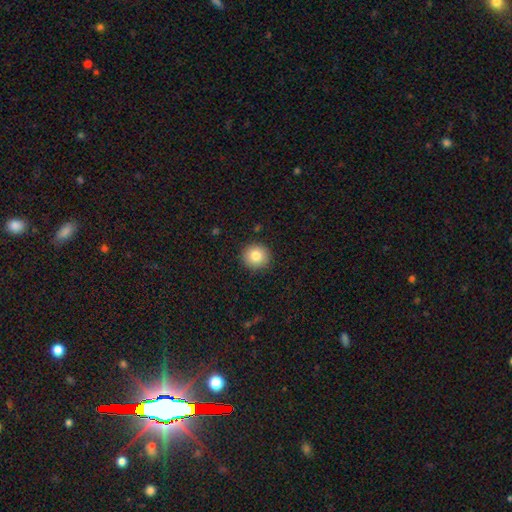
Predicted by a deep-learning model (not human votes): A smooth galaxy with no disk features (82%) that is round (93%).

Vote fractions:
- Smooth or featured? smooth: 82% / star or artifact: 10% / featured or disk: 8%
- How rounded? round: 93% / in between: 6% / cigar-shaped: 1%
- Merging? none: 91% / minor disturbance: 6% / major disturbance: 2% / merger: 1%